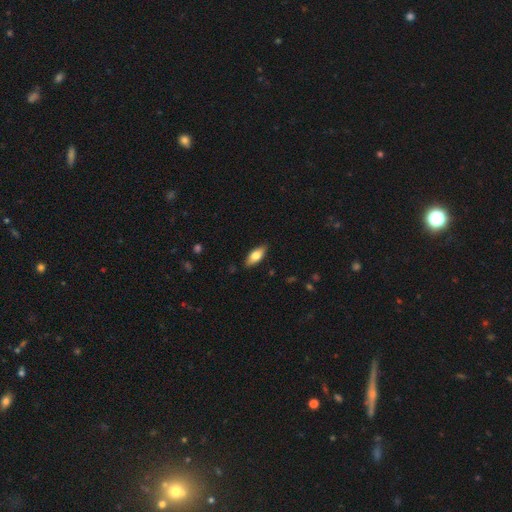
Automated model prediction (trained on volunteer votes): Morphology: type=smooth (73%); roundness=in between (81%); merging=none (86%).